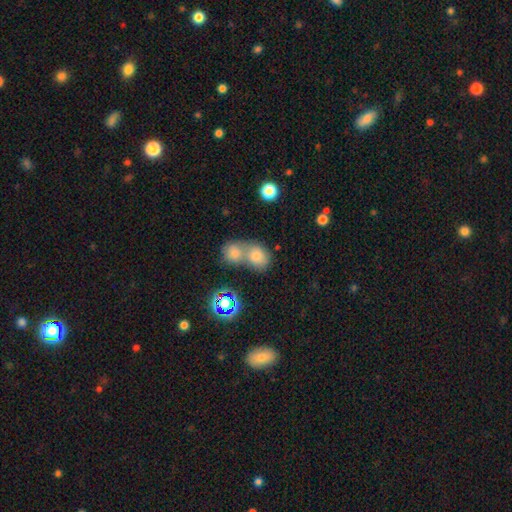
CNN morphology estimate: This appears to be a smooth galaxy with no disk features (69%) that is round (59%). Merging: merger (60%).